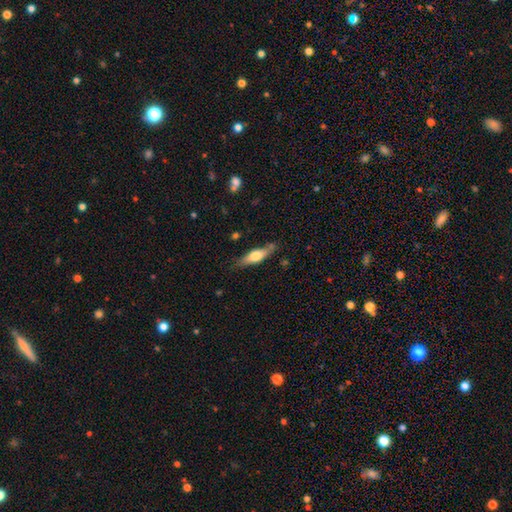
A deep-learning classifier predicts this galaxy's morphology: type=smooth (54%); roundness=cigar-shaped (61%); merging=none (75%).